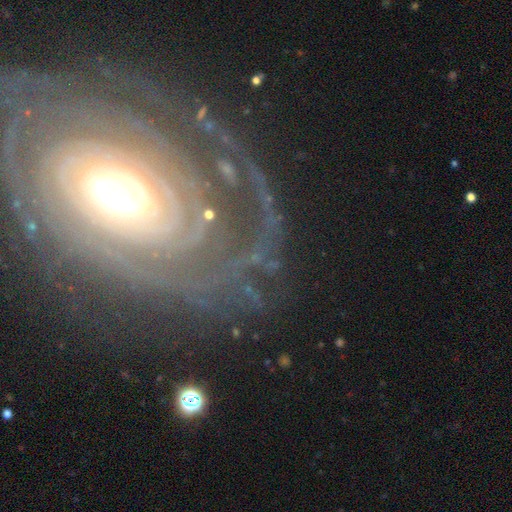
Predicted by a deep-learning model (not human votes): Smooth or featured? Predicted: featured or disk (p=0.87). Edge-on disk? Predicted: no (p=0.95). Bar? Predicted: no (p=0.54). Spiral arms? Predicted: yes (p=0.94). Spiral winding? Predicted: tight (p=0.79). Spiral arm count? Predicted: can't tell (p=0.32). Bulge size? Predicted: moderate (p=0.57). Merging? Predicted: none (p=0.74).